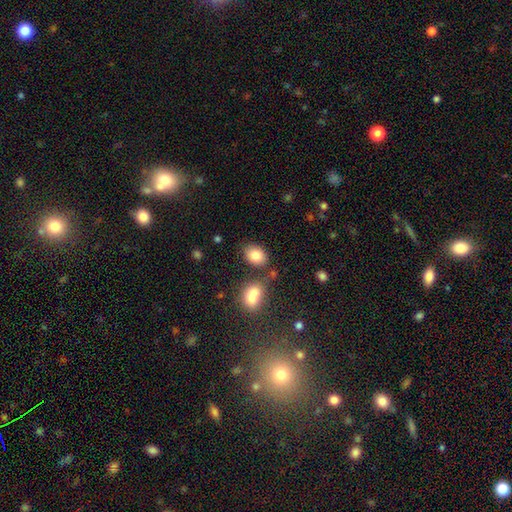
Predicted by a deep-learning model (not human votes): Q: Smooth or featured?
A: smooth (82%); runner-up: star or artifact (9%)
Q: How rounded?
A: in between (70%); runner-up: round (29%)
Q: Merging?
A: none (71%); runner-up: merger (13%)